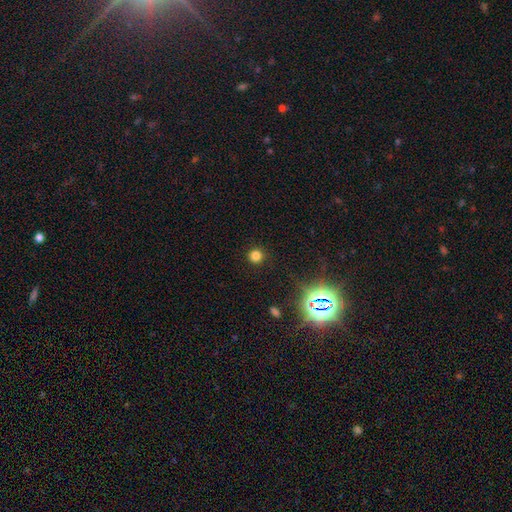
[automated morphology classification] This is likely a smooth galaxy (77%). How rounded: clearly round (94%). Merging: clearly none (91%).